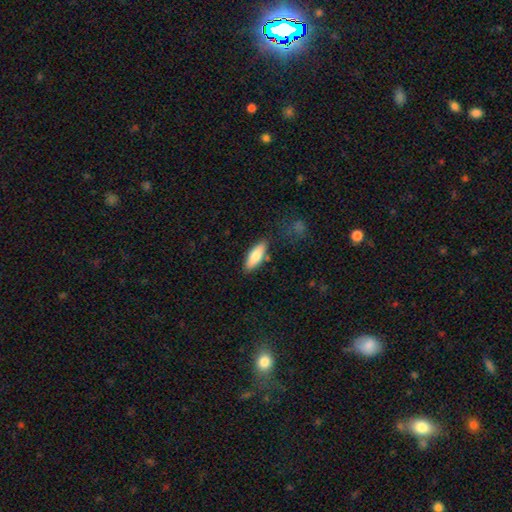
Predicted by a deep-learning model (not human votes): A smooth galaxy with no disk features (78%) that is in between round and cigar-shaped (67%). Merging: none (80%).